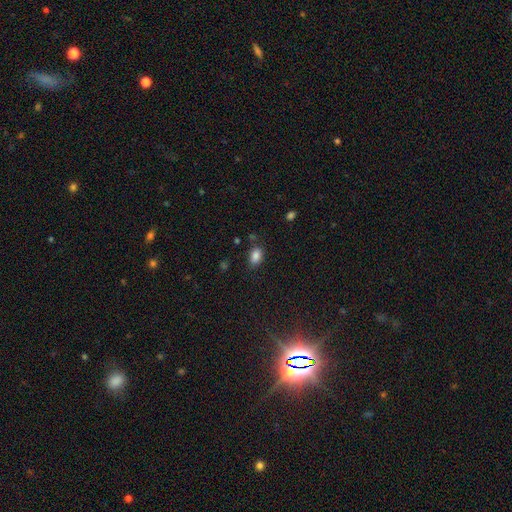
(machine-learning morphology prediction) Smooth or featured?
  - smooth: 85% *
  - star or artifact: 10%
  - featured or disk: 5%
How rounded?
  - in between: 83% *
  - round: 15%
  - cigar-shaped: 2%
Merging?
  - none: 77% *
  - minor disturbance: 15%
  - merger: 4%
  - major disturbance: 4%